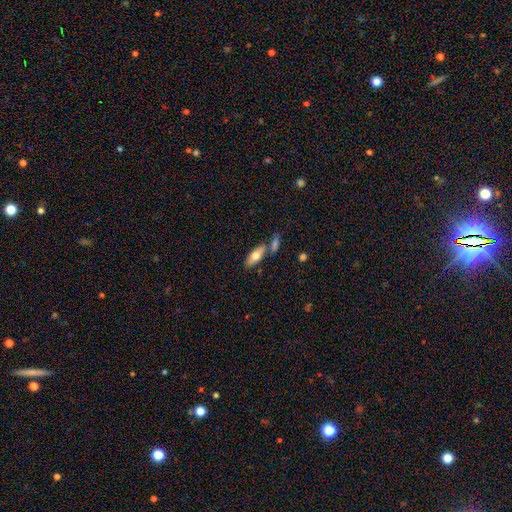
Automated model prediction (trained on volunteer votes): smooth 70%, featured or disk 24%, star or artifact 6%. Down the decision tree: how rounded — in between (74%); merging — none (58%).